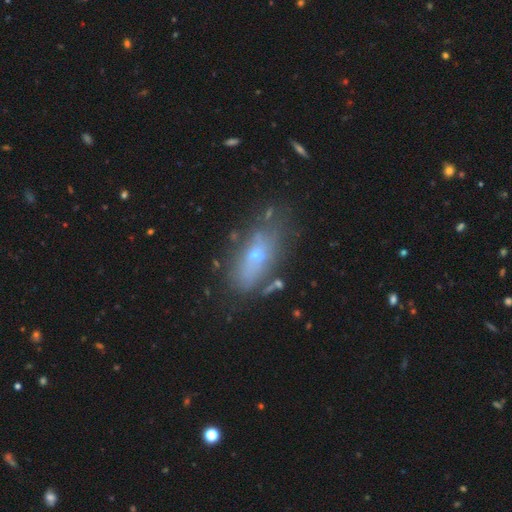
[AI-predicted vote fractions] smooth_or_featured: smooth (p=0.47) [alt: featured or disk p=0.41]
merging: none (p=0.62) [alt: minor disturbance p=0.22]